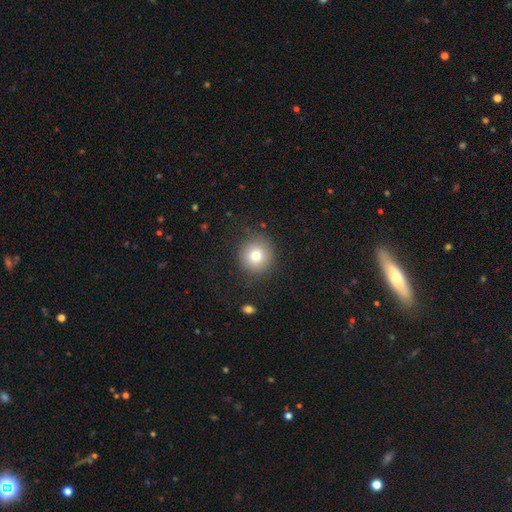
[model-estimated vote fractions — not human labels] This is likely a smooth galaxy (77%). How rounded: clearly round (91%). Merging: clearly none (84%).